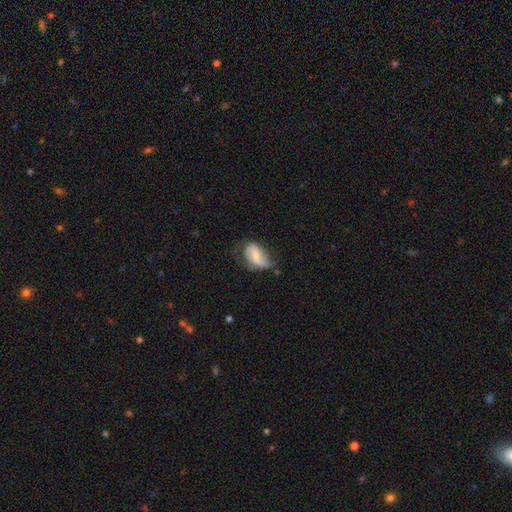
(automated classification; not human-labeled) This appears to be a smooth galaxy with no disk features (47%). Merging: minor disturbance (37%, tied with none).